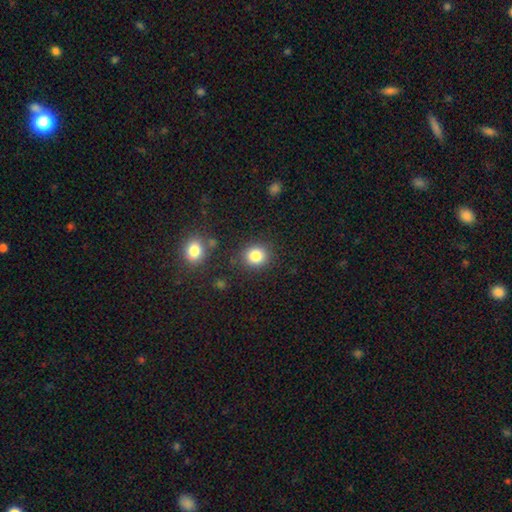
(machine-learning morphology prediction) A smooth galaxy with no disk features (84%) that is round (83%).

Vote fractions:
- Smooth or featured? smooth: 84% / star or artifact: 11% / featured or disk: 5%
- How rounded? round: 83% / in between: 16% / cigar-shaped: 1%
- Merging? none: 86% / minor disturbance: 8% / merger: 3% / major disturbance: 3%